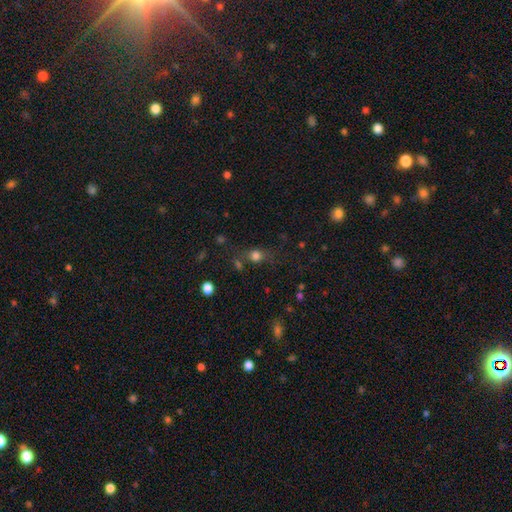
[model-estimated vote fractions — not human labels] This is likely a smooth galaxy (75%). How rounded: likely round (61%). Merging: likely none (63%).